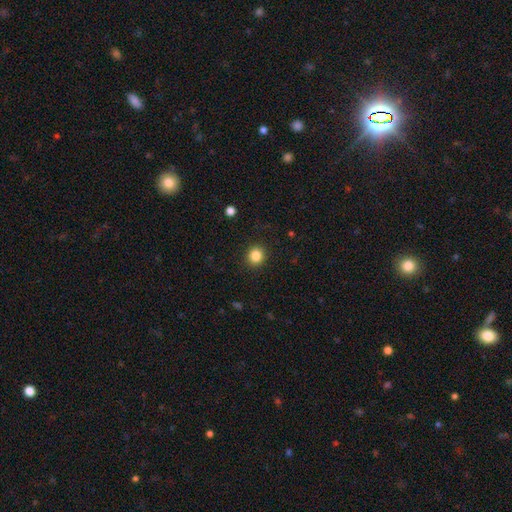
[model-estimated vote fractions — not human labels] A smooth galaxy with no disk features (84%) that is round (88%). Merging: none (91%).